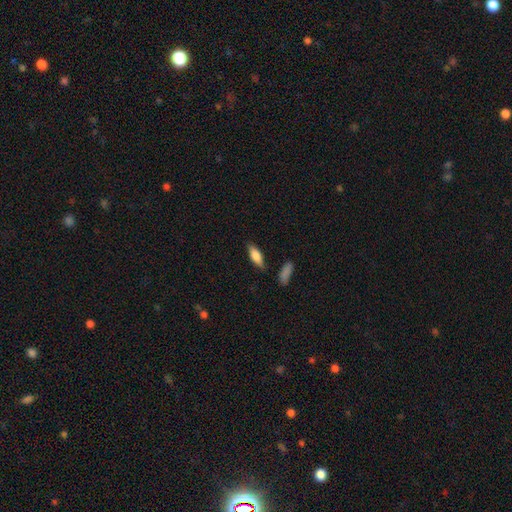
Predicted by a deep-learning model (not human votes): Smooth or featured: smooth — 77% (featured or disk — 17%)
How rounded: in between — 62% (cigar-shaped — 35%)
Merging: none — 80% (minor disturbance — 13%)